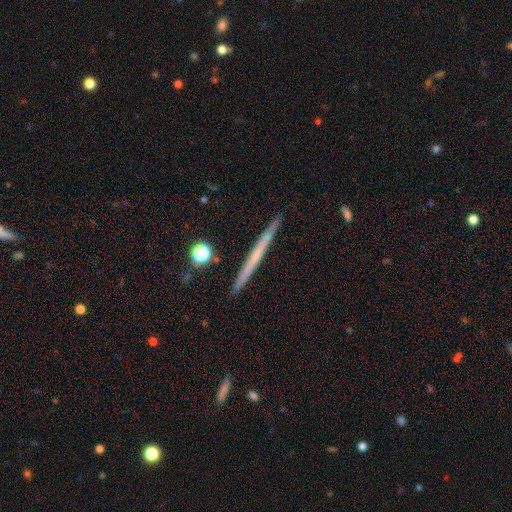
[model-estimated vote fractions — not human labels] Smooth or featured? featured or disk (55%)
Edge-on disk? yes (98%)
Edge-on bulge? none (87%)
Merging? none (92%)